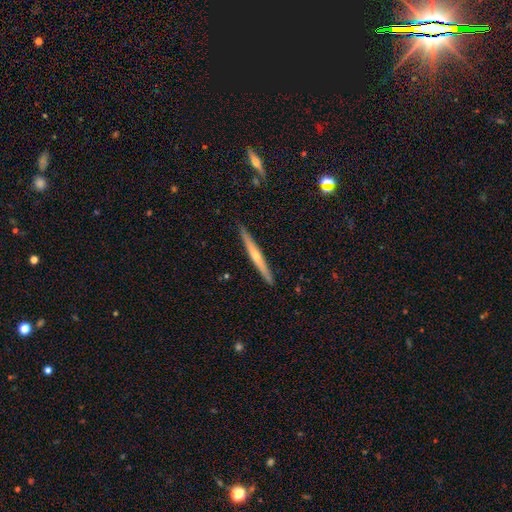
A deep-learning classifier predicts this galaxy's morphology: Smooth or featured: featured or disk — 70% (smooth — 24%)
Edge-on disk: yes — 98% (no — 2%)
Edge-on bulge: rounded — 78% (none — 18%)
Merging: none — 90% (minor disturbance — 7%)